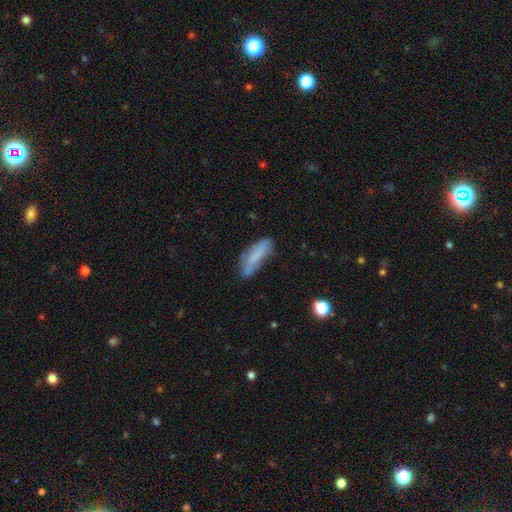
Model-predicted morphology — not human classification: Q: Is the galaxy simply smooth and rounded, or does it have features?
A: smooth — 67%.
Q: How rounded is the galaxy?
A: cigar-shaped — 52%.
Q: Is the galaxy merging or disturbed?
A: none — 59%.